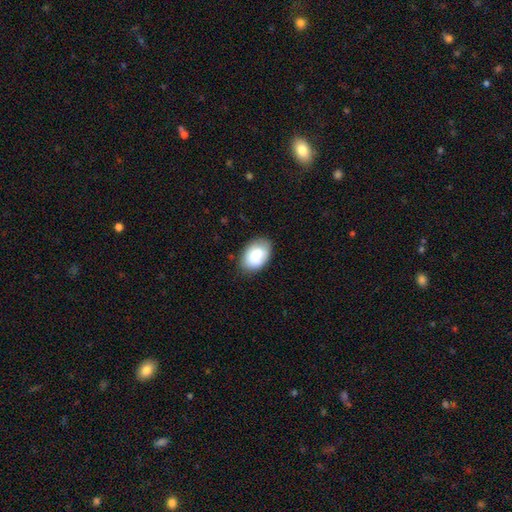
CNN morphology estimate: A smooth galaxy with no disk features (81%) that is in between round and cigar-shaped (87%). Merging: none (78%).